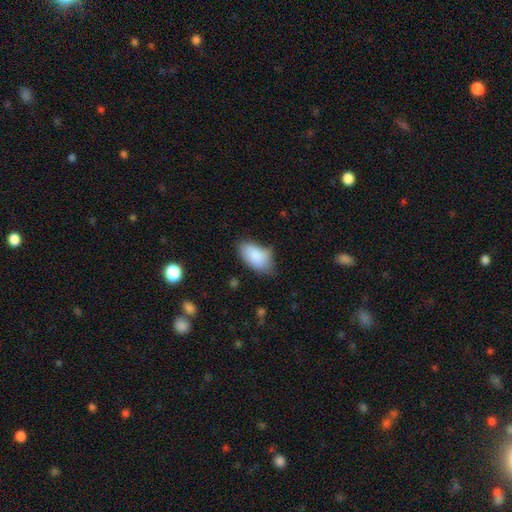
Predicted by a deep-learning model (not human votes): Smooth or featured: smooth — 86% (featured or disk — 7%)
How rounded: in between — 94% (round — 3%)
Merging: none — 57% (minor disturbance — 33%)